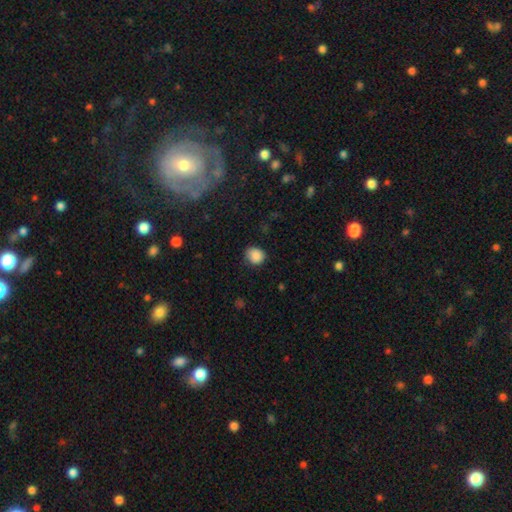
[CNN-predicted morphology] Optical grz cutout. It shows a smooth galaxy with no disk features (87%) that is round (70%). Merging: none (74%).